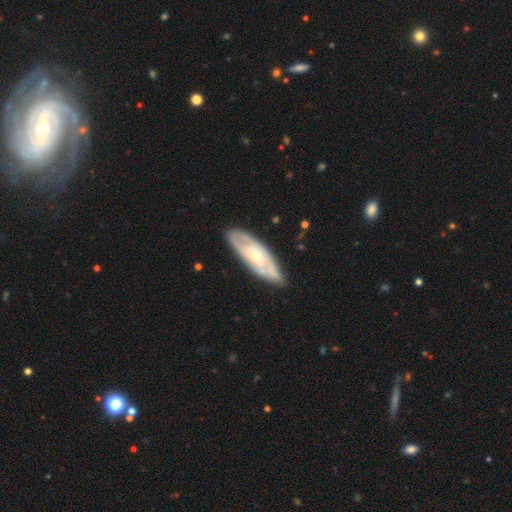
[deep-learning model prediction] Q: Smooth or featured?
A: featured or disk (66%); runner-up: smooth (29%)
Q: Edge-on disk?
A: no (79%); runner-up: yes (21%)
Q: Bar?
A: no (71%); runner-up: weak (23%)
Q: Spiral arms?
A: yes (76%); runner-up: no (24%)
Q: Bulge size?
A: small (61%); runner-up: moderate (33%)
Q: Merging?
A: none (79%); runner-up: minor disturbance (16%)